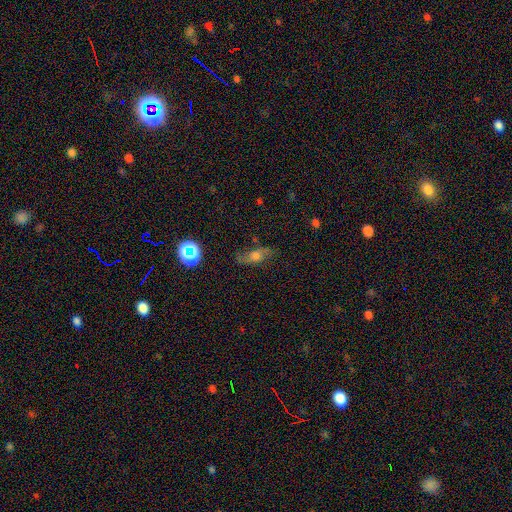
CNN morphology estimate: type=smooth (44%); merging=none (69%).